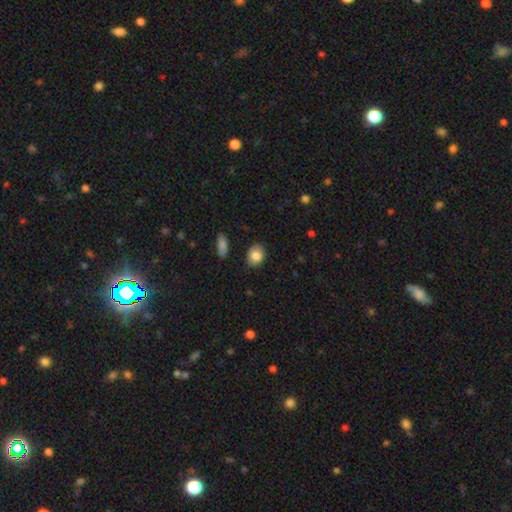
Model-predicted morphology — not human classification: Q: Smooth or featured?
A: smooth (84%); runner-up: featured or disk (8%)
Q: How rounded?
A: in between (56%); runner-up: round (42%)
Q: Merging?
A: none (84%); runner-up: minor disturbance (11%)